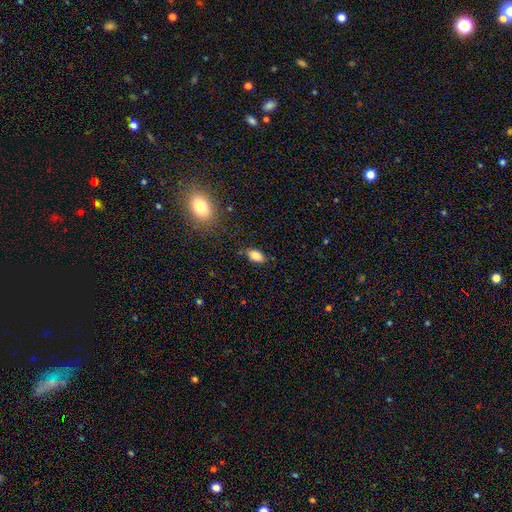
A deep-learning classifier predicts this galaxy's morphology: Smooth or featured?
  - smooth: 83% *
  - star or artifact: 9%
  - featured or disk: 8%
How rounded?
  - in between: 90% *
  - round: 6%
  - cigar-shaped: 4%
Merging?
  - none: 78% *
  - minor disturbance: 16%
  - major disturbance: 4%
  - merger: 2%